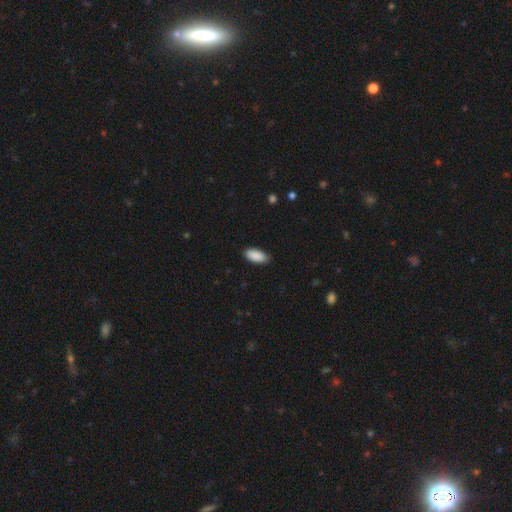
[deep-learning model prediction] Q: Smooth or featured?
A: smooth (91%); runner-up: star or artifact (6%)
Q: How rounded?
A: in between (90%); runner-up: cigar-shaped (9%)
Q: Merging?
A: none (88%); runner-up: minor disturbance (9%)